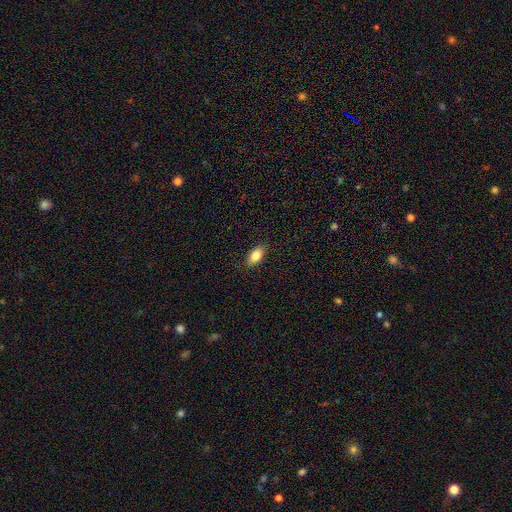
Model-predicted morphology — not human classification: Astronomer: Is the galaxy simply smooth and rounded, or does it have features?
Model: smooth — 84%.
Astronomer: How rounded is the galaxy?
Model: in between — 90%.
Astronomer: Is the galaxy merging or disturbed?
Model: none — 87%.